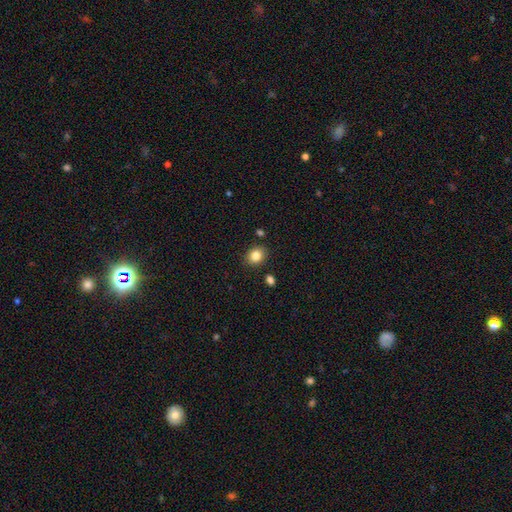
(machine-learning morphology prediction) The model was most divided on "how rounded": round: 62%, in between: 37%, cigar-shaped: 1%. More confident: merging — none (86%); smooth or featured — smooth (83%).